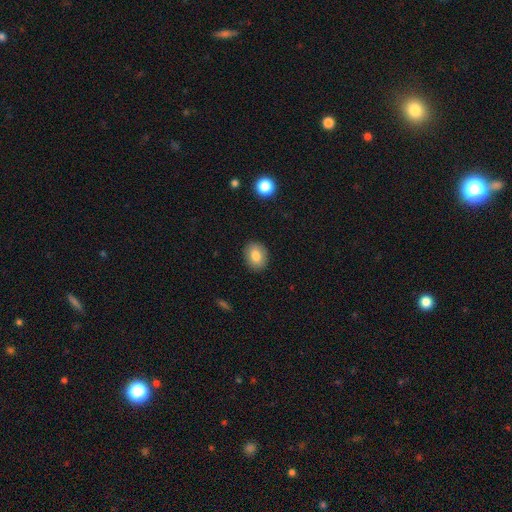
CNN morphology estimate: smooth-or-featured: smooth: 82% | featured or disk: 9% | star or artifact: 8%
  how-rounded: in between: 55% | round: 44% | cigar-shaped: 1%
  merging: none: 89% | minor disturbance: 8% | major disturbance: 2% | merger: 1%